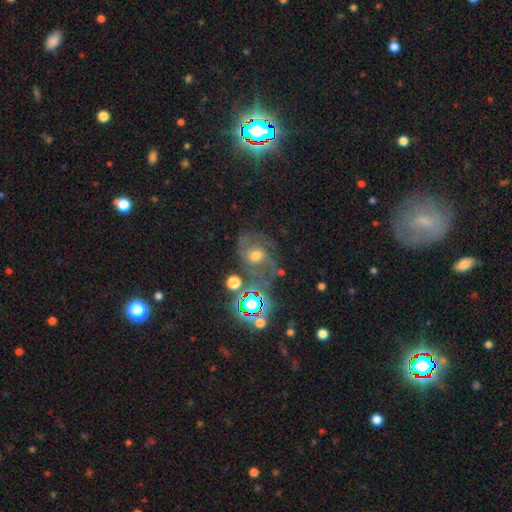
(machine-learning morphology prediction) A featured or disk galaxy (63%) with no bar (62%), 2 (61%) medium (51%) spiral arms (88%) and a moderate central bulge (65%). Merging: none (53%).